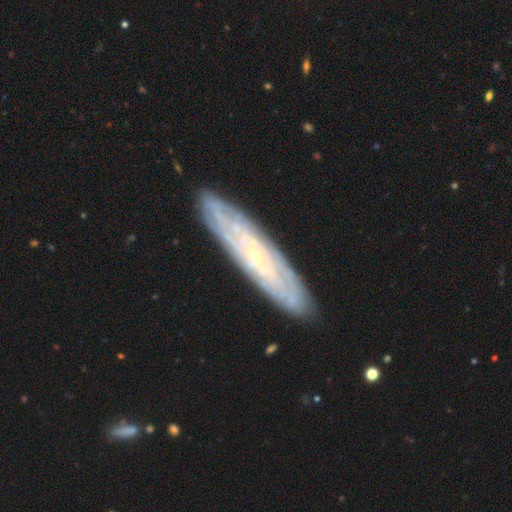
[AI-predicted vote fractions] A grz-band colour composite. It shows a featured or disk galaxy (76%). Merging: none (87%).